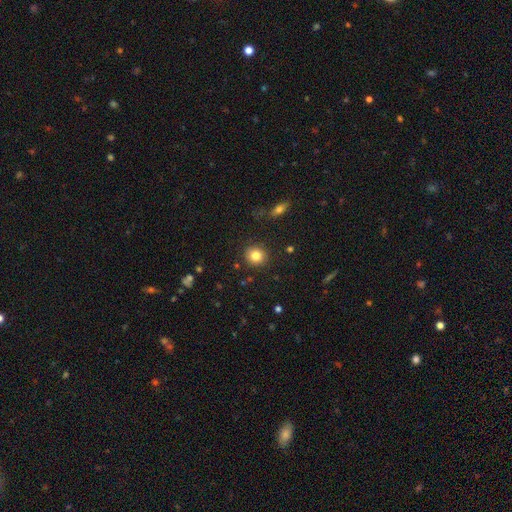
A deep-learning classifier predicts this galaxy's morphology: smooth_or_featured: smooth (p=0.82) [alt: star or artifact p=0.11]
how_rounded: round (p=0.89) [alt: in between p=0.10]
merging: none (p=0.90) [alt: minor disturbance p=0.06]